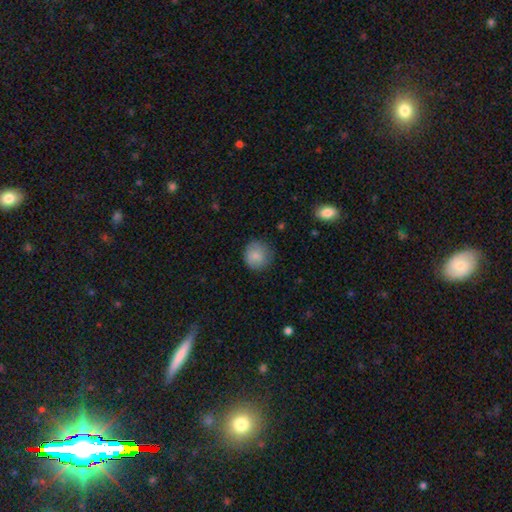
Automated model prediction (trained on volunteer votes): Smooth or featured? Predicted: smooth (p=0.84). How rounded? Predicted: round (p=0.90). Merging? Predicted: none (p=0.79).